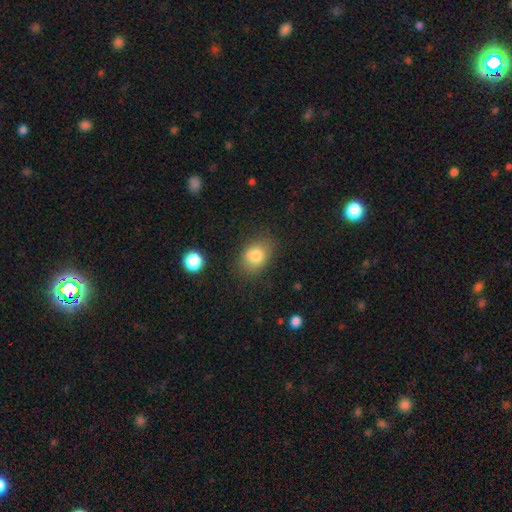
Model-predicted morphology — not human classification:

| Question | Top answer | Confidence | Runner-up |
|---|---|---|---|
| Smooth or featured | smooth | 80% | star or artifact (10%) |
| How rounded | in between | 58% | round (40%) |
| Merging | none | 69% | minor disturbance (20%) |